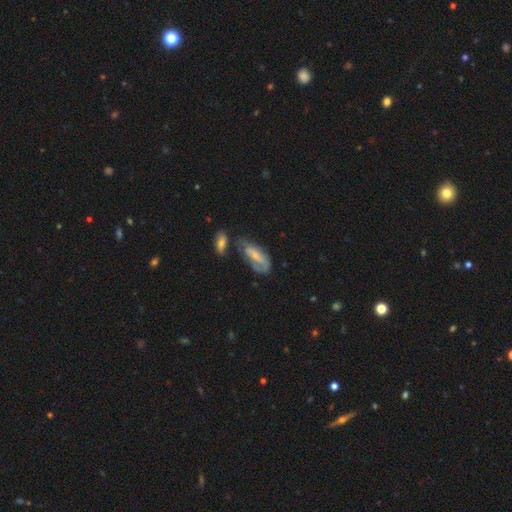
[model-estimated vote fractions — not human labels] Smooth or featured? Predicted: smooth (p=0.48). Merging? Predicted: none (p=0.37).